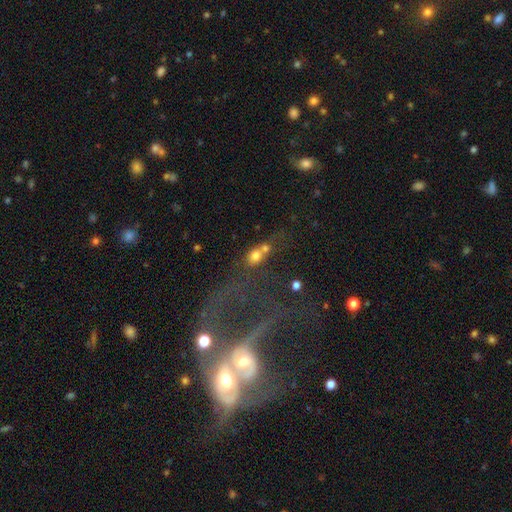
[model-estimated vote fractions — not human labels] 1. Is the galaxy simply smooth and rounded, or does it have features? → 66% smooth, 18% featured or disk, 16% star or artifact.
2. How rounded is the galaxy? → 50% in between, 46% round, 5% cigar-shaped.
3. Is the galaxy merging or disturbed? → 47% merger, 32% none, 11% minor disturbance, 10% major disturbance.